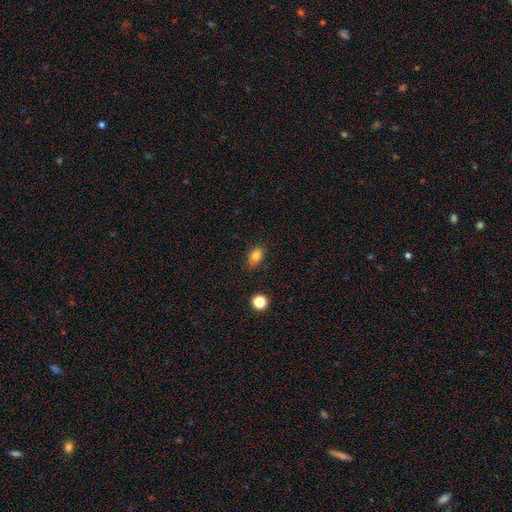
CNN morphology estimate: A smooth galaxy with no disk features (82%) that is in between round and cigar-shaped (77%). Merging: none (81%).